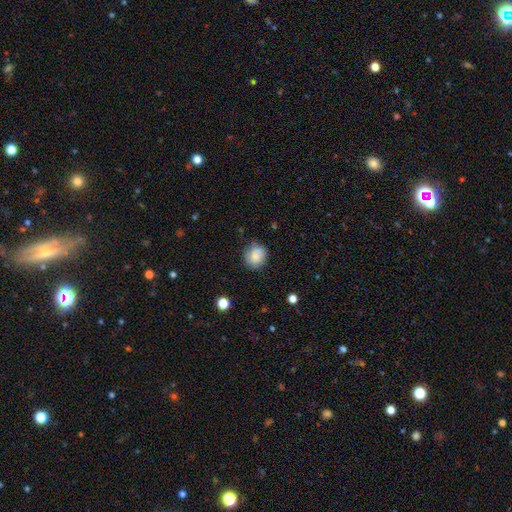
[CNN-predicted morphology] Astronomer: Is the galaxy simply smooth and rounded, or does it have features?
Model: smooth — 80%.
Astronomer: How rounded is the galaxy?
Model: round — 82%.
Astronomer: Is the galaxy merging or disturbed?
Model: none — 76%.